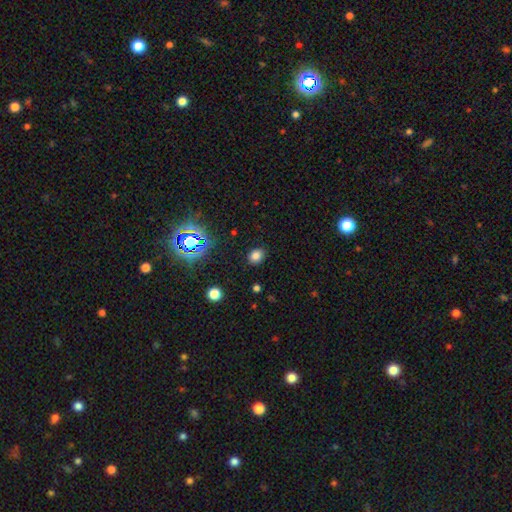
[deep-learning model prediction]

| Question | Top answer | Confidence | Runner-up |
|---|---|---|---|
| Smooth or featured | smooth | 76% | star or artifact (19%) |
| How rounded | round | 53% | in between (46%) |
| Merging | none | 87% | minor disturbance (9%) |